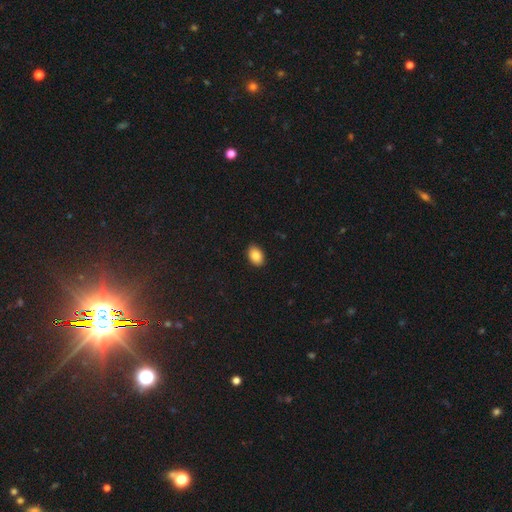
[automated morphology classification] A smooth galaxy with no disk features (88%) that is in between round and cigar-shaped (86%). Merging: none (89%).